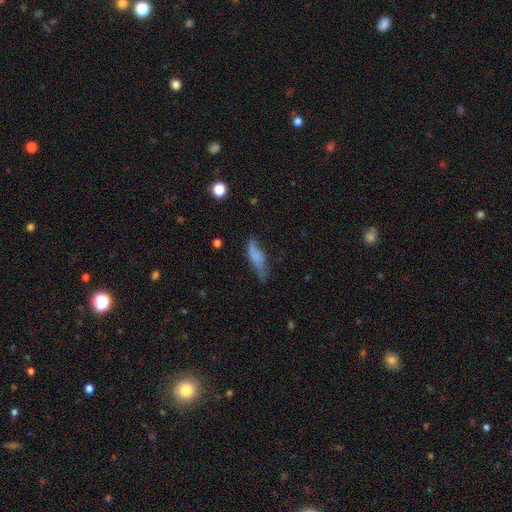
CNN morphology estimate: A smooth galaxy with no disk features (66%) that is cigar-shaped (54%). Merging: none (51%).